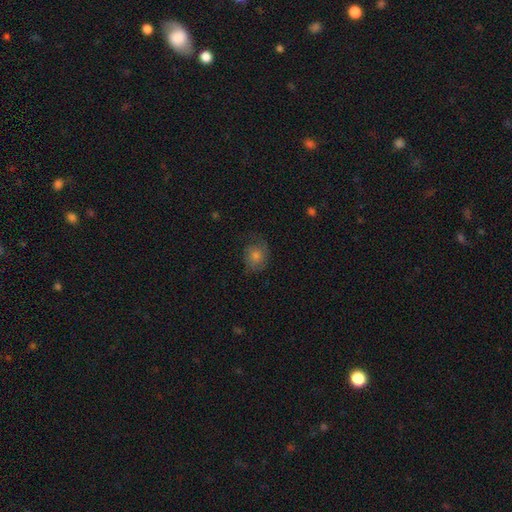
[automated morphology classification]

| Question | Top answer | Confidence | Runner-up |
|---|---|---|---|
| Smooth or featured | smooth | 52% | featured or disk (34%) |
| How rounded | round | 67% | in between (32%) |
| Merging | none | 65% | minor disturbance (22%) |